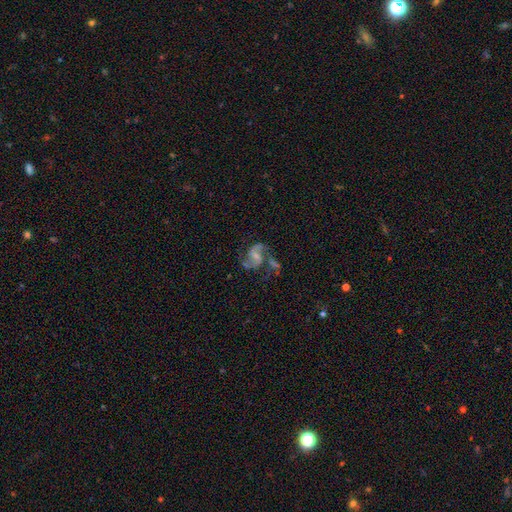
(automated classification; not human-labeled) A featured or disk galaxy (84%) with no bar (46%), 2 (89%) medium (47%) spiral arms (94%) and a small central bulge (54%).

Vote fractions:
- Smooth or featured? featured or disk: 84% / smooth: 9% / star or artifact: 7%
- Edge-on disk? no: 98% / yes: 2%
- Bar? no: 46% / weak: 42% / strong: 12%
- Spiral arms? yes: 94% / no: 6%
- Spiral winding? medium: 47% / loose: 42% / tight: 10%
- Spiral arm count? 2: 89% / can't tell: 3% / 1: 3% / 3: 2% / 4: 1% / more than 4: 1%
- Bulge size? small: 54% / moderate: 34% / none: 8% / large: 3% / dominant: 1%
- Merging? none: 46% / major disturbance: 19% / minor disturbance: 18% / merger: 17%